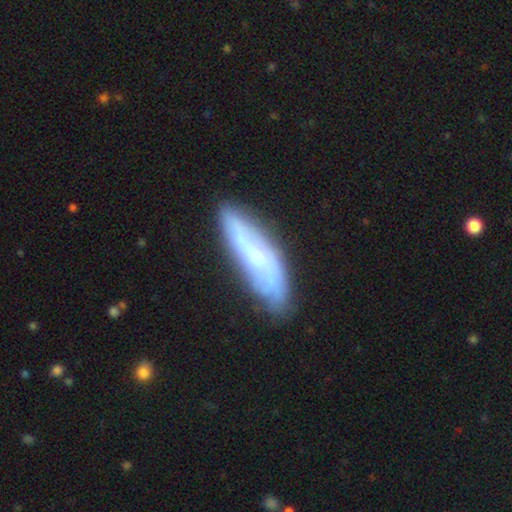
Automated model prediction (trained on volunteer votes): Smooth or featured? Predicted: featured or disk (p=0.59). Edge-on disk? Predicted: no (p=0.63). Merging? Predicted: none (p=0.75).